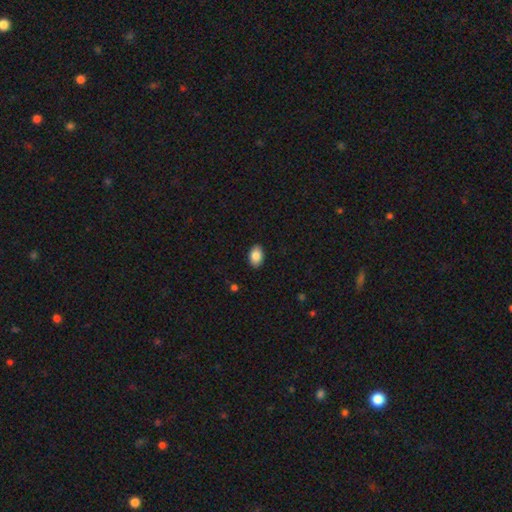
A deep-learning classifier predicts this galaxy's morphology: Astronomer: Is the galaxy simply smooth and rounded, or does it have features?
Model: smooth — 87%.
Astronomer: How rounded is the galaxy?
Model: in between — 88%.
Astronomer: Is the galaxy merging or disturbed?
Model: none — 89%.